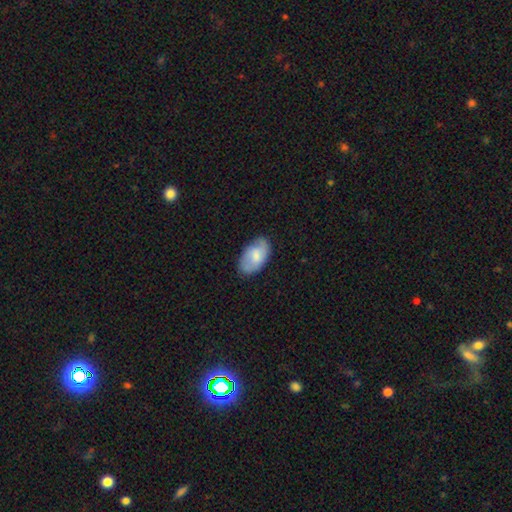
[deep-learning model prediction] A smooth galaxy with no disk features (67%) that is in between round and cigar-shaped (94%). Merging: none (76%).